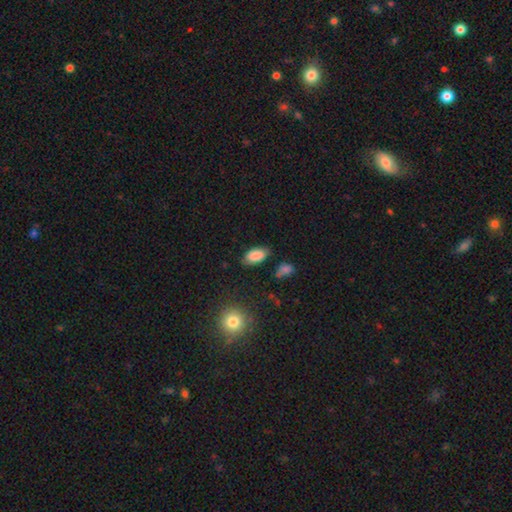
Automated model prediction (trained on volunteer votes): smooth_or_featured: smooth (p=0.85) [alt: star or artifact p=0.08]
how_rounded: in between (p=0.93) [alt: round p=0.04]
merging: none (p=0.74) [alt: minor disturbance p=0.19]